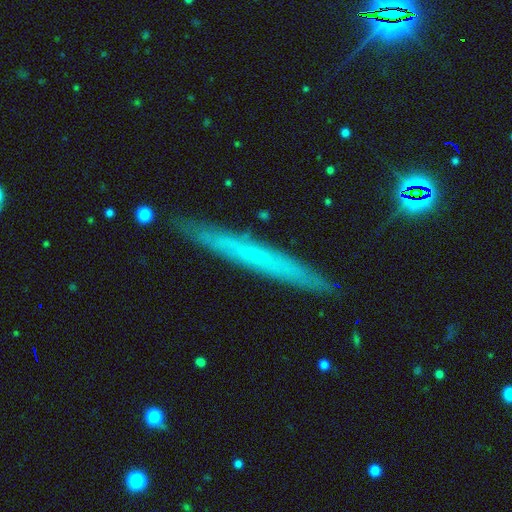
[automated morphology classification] Smooth or featured? featured or disk (53%)
Edge-on disk? yes (94%)
Merging? none (89%)